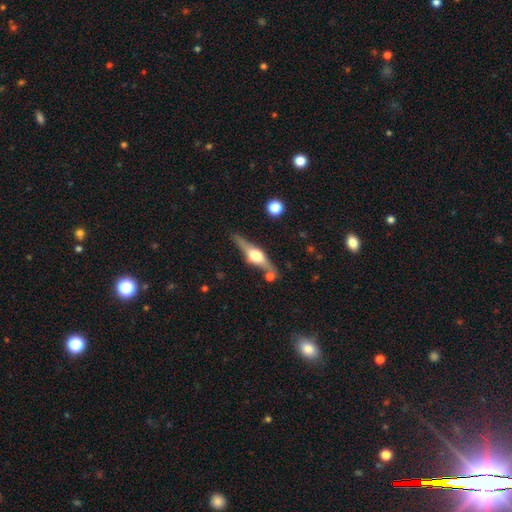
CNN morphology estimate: Q: Smooth or featured?
A: featured or disk (77%); runner-up: smooth (17%)
Q: Edge-on disk?
A: yes (96%); runner-up: no (4%)
Q: Edge-on bulge?
A: rounded (94%); runner-up: boxy (4%)
Q: Merging?
A: none (76%); runner-up: minor disturbance (12%)